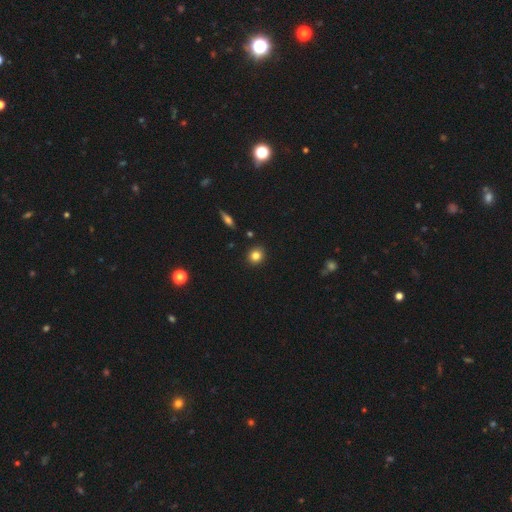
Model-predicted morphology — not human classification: Smooth or featured? smooth (83%)
How rounded? round (84%)
Merging? none (90%)